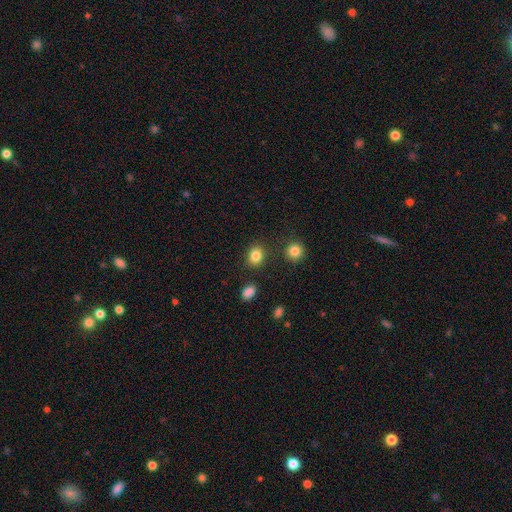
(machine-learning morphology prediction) A smooth galaxy with no disk features (85%) that is round (61%). Merging: none (85%).